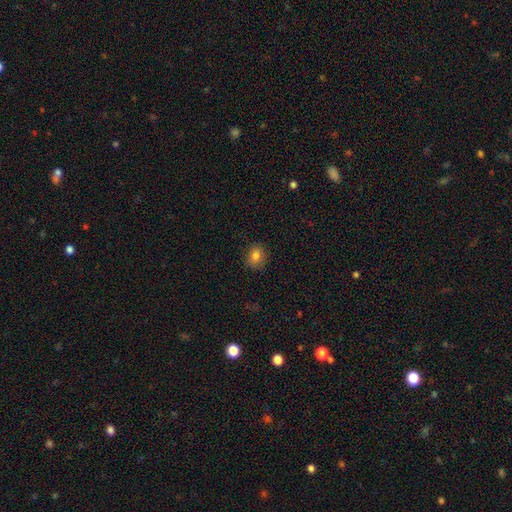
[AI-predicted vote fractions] smooth-or-featured: smooth: 80% | star or artifact: 11% | featured or disk: 8%
  how-rounded: round: 57% | in between: 42% | cigar-shaped: 1%
  merging: none: 86% | minor disturbance: 10% | major disturbance: 2% | merger: 1%